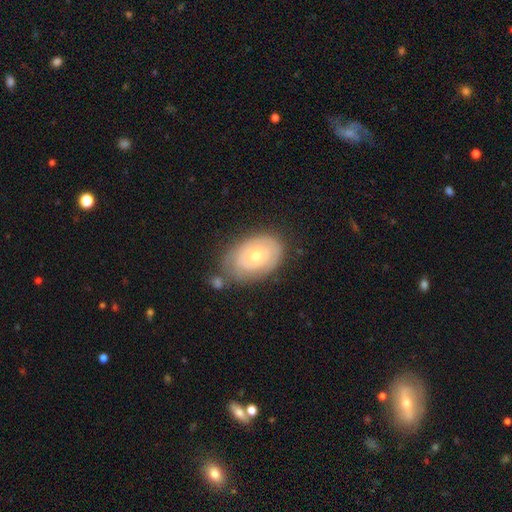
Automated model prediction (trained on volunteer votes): Smooth or featured: featured or disk — 52% (smooth — 42%)
Edge-on disk: no — 94% (yes — 6%)
Merging: none — 65% (minor disturbance — 22%)